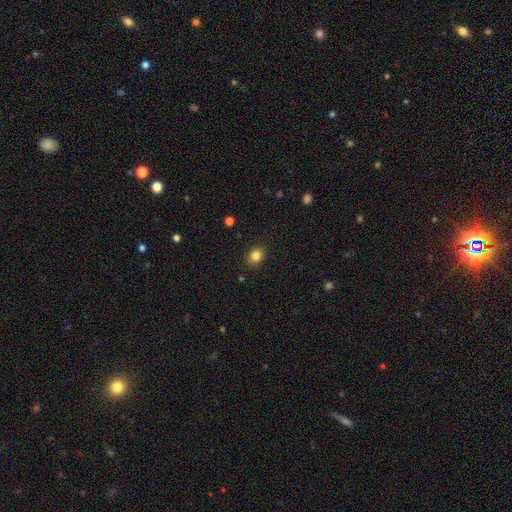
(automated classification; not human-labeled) smooth-or-featured: smooth: 83% | star or artifact: 11% | featured or disk: 6%
  how-rounded: round: 53% | in between: 46% | cigar-shaped: 1%
  merging: none: 88% | minor disturbance: 9% | major disturbance: 2% | merger: 1%